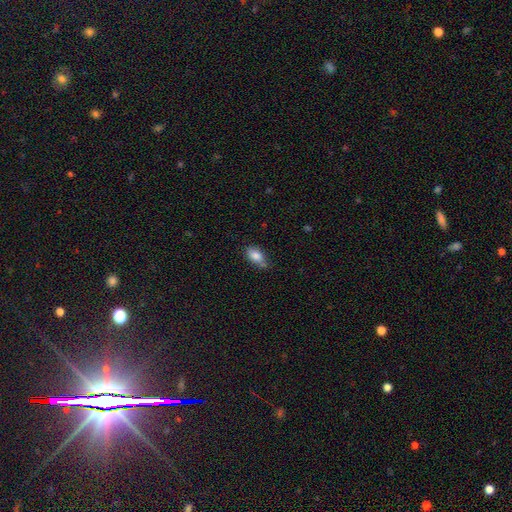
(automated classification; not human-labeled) Morphology: type=smooth (83%); roundness=in between (88%); merging=none (59%).